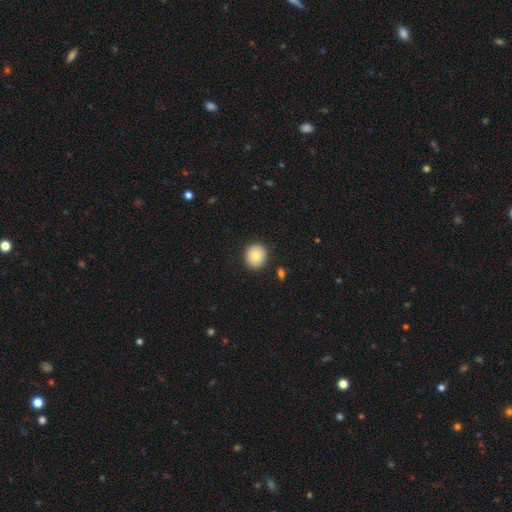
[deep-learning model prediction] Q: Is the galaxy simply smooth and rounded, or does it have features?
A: smooth — 80%.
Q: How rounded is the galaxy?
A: round — 84%.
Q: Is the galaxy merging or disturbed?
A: none — 90%.